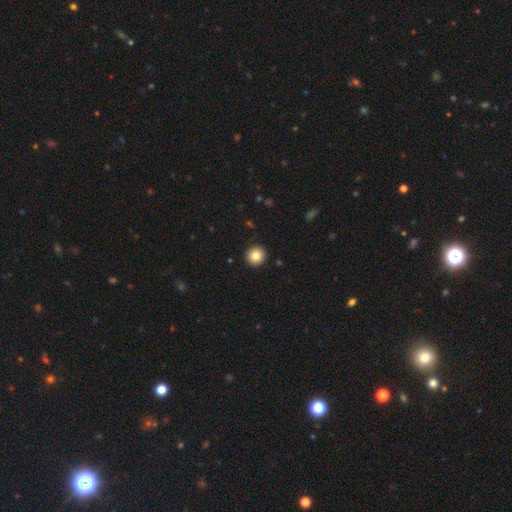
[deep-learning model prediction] Overall: smooth (84%). How rounded: round (95%). Merging: none (93%).